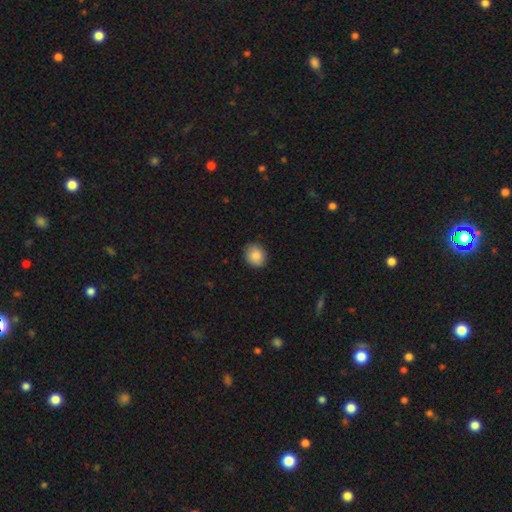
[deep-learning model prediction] The model was most divided on "how rounded": round: 64%, in between: 35%, cigar-shaped: 1%. More confident: merging — none (88%); smooth or featured — smooth (88%).